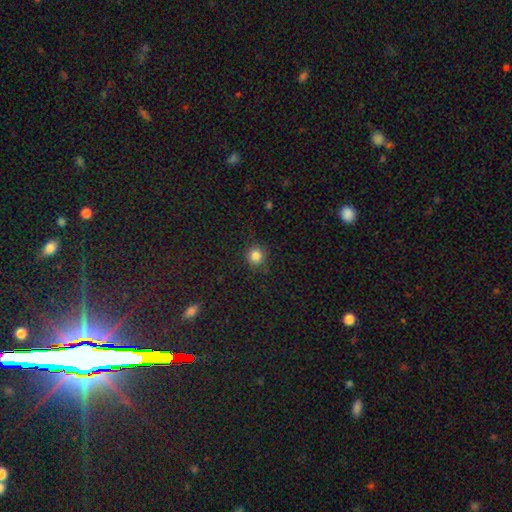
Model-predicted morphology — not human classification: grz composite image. It shows a smooth galaxy with no disk features (84%) that is round (92%). Merging: none (85%).